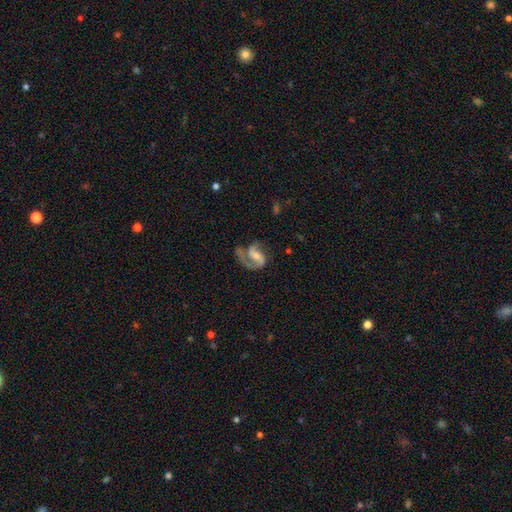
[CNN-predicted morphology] Smooth or featured? Predicted: featured or disk (p=0.83). Edge-on disk? Predicted: no (p=0.98). Bar? Predicted: weak (p=0.44). Spiral arms? Predicted: yes (p=0.94). Spiral winding? Predicted: medium (p=0.50). Spiral arm count? Predicted: 2 (p=0.64). Bulge size? Predicted: small (p=0.43). Merging? Predicted: none (p=0.48).